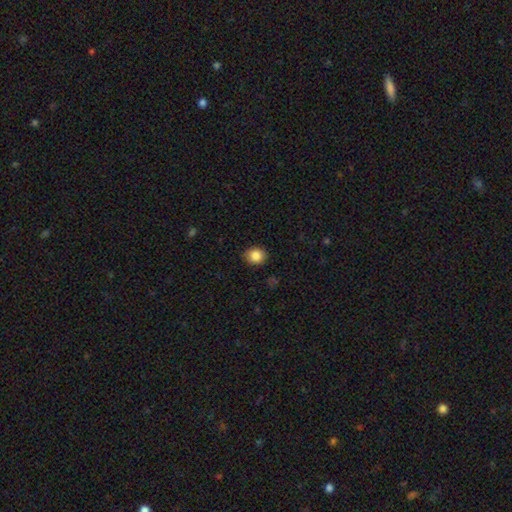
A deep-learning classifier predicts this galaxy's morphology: This appears to be a smooth galaxy with no disk features (86%) that is round (67%). Merging: none (88%).